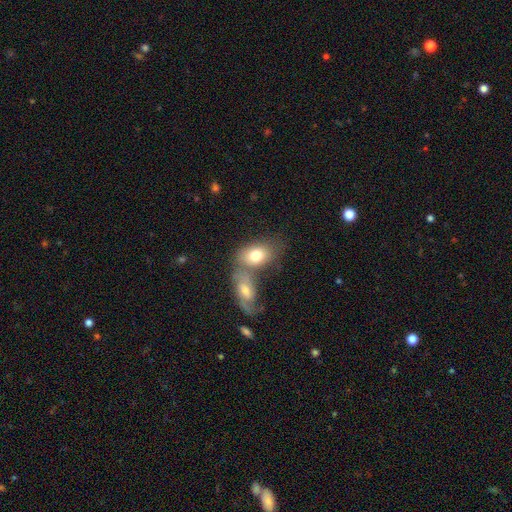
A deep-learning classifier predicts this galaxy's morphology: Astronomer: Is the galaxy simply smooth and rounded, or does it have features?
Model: smooth — 72%.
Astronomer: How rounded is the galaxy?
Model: in between — 82%.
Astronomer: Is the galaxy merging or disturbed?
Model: merger — 49% (runner-up: none, 34%).